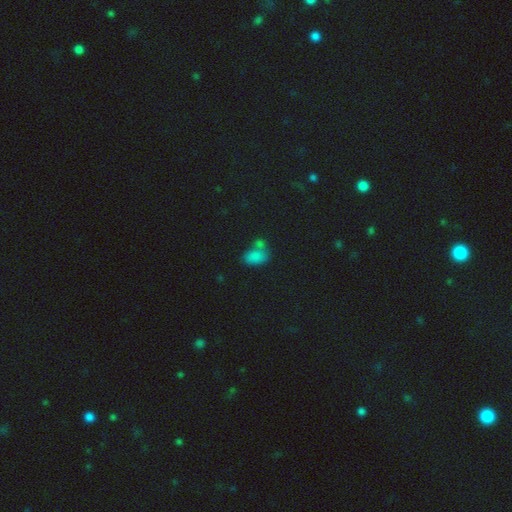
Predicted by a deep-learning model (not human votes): A smooth galaxy with no disk features (74%) that is in between round and cigar-shaped (85%).

Vote fractions:
- Smooth or featured? smooth: 74% / star or artifact: 19% / featured or disk: 7%
- How rounded? in between: 85% / round: 13% / cigar-shaped: 2%
- Merging? merger: 39% (tied) / none: 39% (tied) / minor disturbance: 15% / major disturbance: 7%